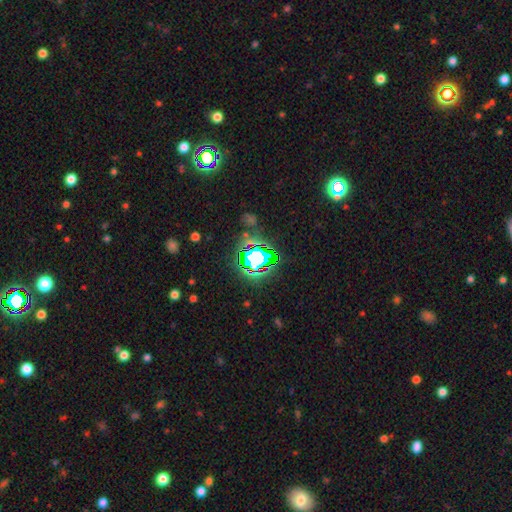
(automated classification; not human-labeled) Smooth or featured? star or artifact (72%)